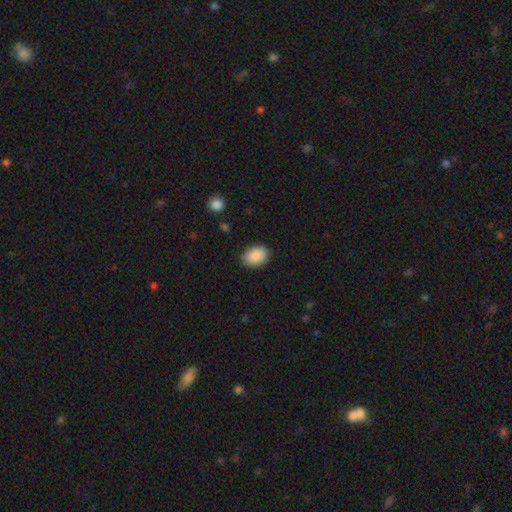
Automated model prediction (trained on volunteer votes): Smooth or featured? Predicted: smooth (p=0.90). How rounded? Predicted: in between (p=0.84). Merging? Predicted: none (p=0.87).